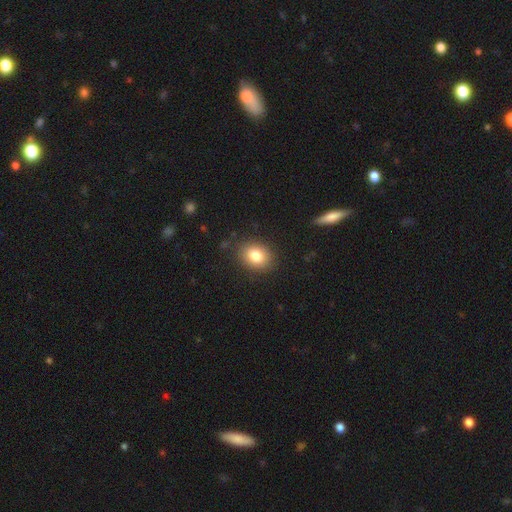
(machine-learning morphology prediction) This is clearly a smooth galaxy (82%). How rounded: possibly in between (59%). Merging: clearly none (87%).